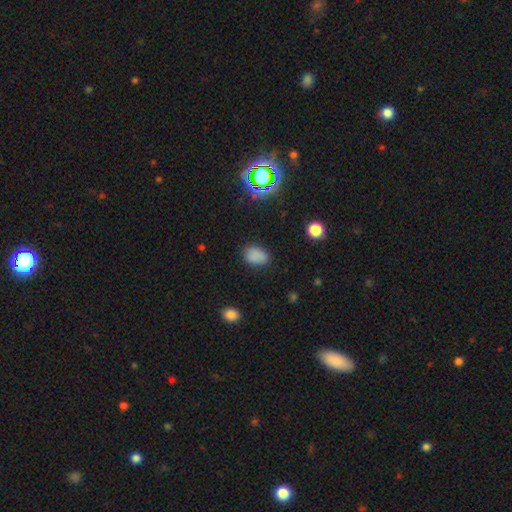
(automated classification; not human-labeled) Smooth or featured: smooth — 81% (star or artifact — 15%)
How rounded: in between — 79% (round — 20%)
Merging: none — 80% (minor disturbance — 15%)